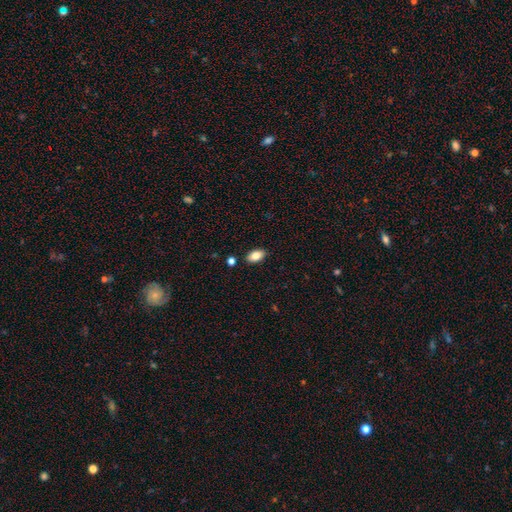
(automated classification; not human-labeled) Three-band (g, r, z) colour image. It shows a smooth galaxy with no disk features (84%) that is in between round and cigar-shaped (92%). Merging: none (87%).